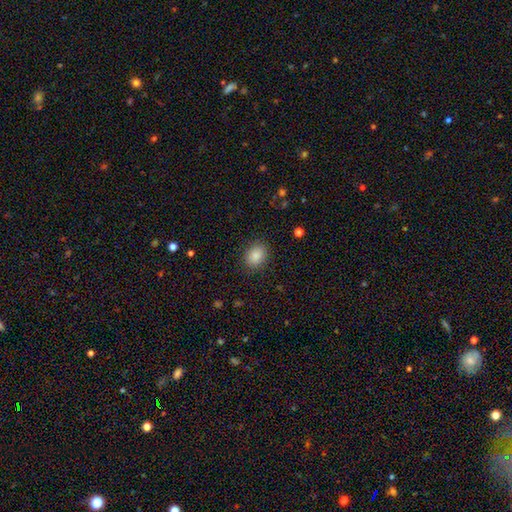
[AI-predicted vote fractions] Morphology: type=smooth (88%); roundness=in between (62%); merging=none (87%).